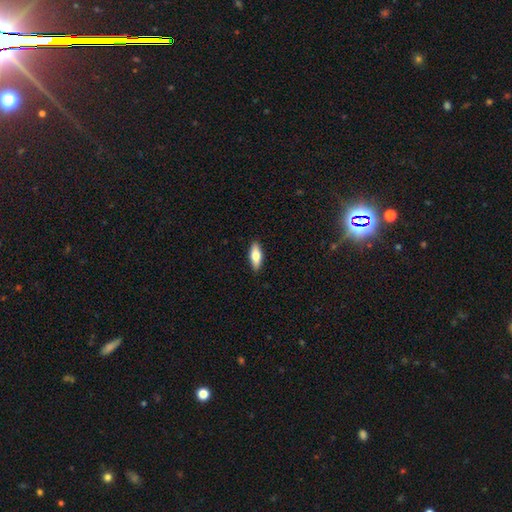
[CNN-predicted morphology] Q: Smooth or featured?
A: smooth (67%); runner-up: featured or disk (28%)
Q: How rounded?
A: in between (63%); runner-up: cigar-shaped (35%)
Q: Merging?
A: none (90%); runner-up: minor disturbance (8%)